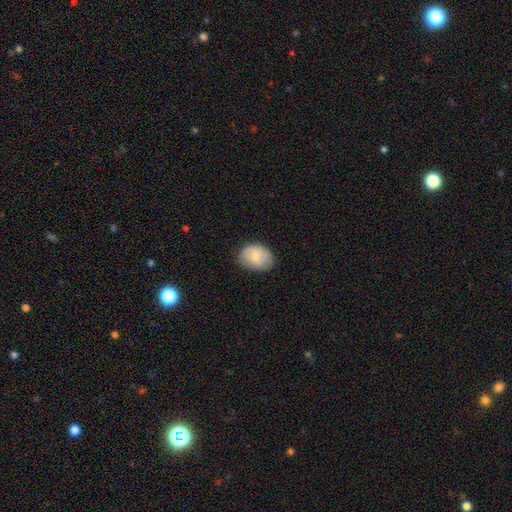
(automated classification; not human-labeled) Morphology: type=smooth (78%); roundness=in between (66%); merging=none (78%).